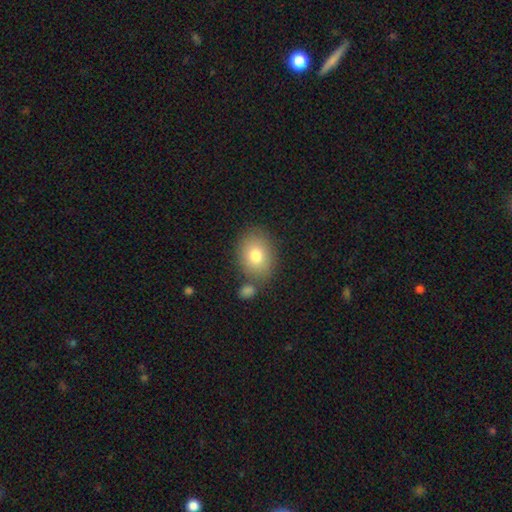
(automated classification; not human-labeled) A smooth galaxy with no disk features (79%) that is in between round and cigar-shaped (65%). Merging: none (72%).